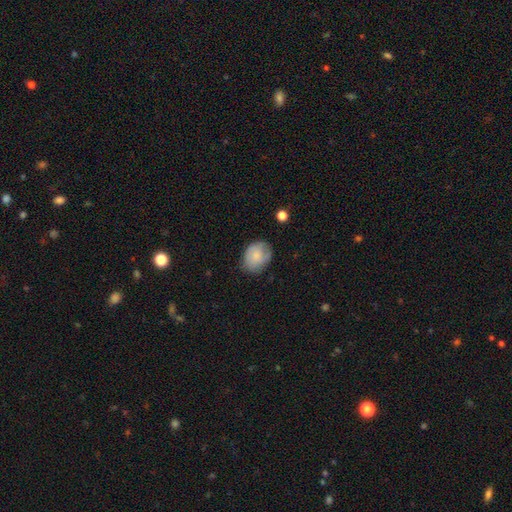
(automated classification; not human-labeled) Morphology: type=smooth (75%); roundness=in between (59%); merging=none (66%).